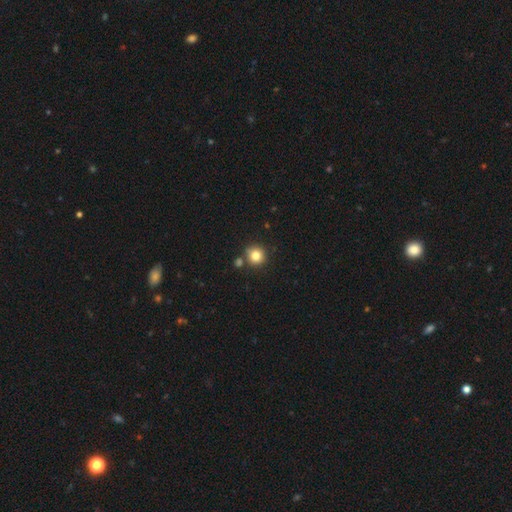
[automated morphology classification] The model was most divided on "merging": none: 77%, merger: 12%, minor disturbance: 9%, major disturbance: 2%. More confident: how rounded — round (92%); smooth or featured — smooth (82%).